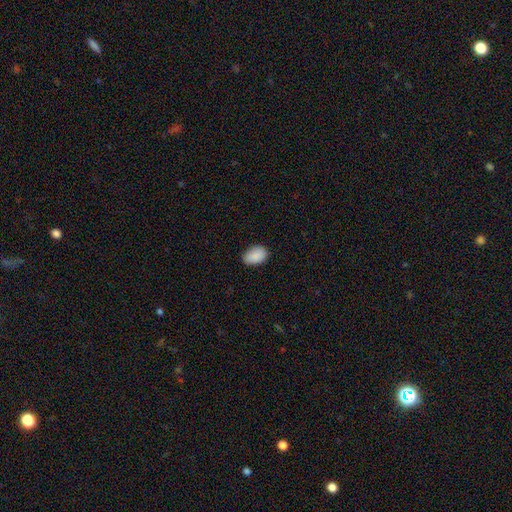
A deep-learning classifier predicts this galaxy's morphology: smooth_or_featured: smooth (p=0.90) [alt: star or artifact p=0.07]
how_rounded: in between (p=0.89) [alt: round p=0.10]
merging: none (p=0.82) [alt: minor disturbance p=0.15]